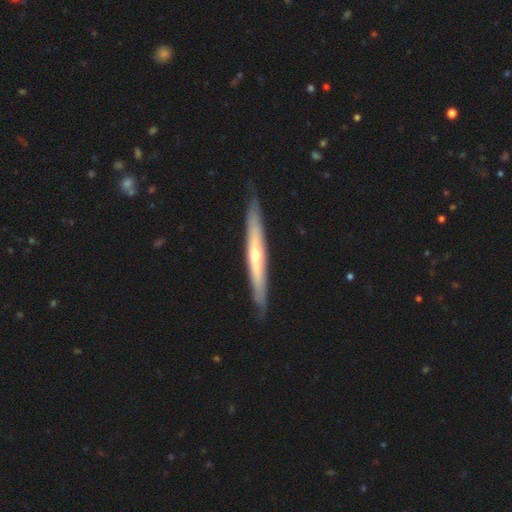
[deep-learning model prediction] The model was most divided on "edge-on bulge": rounded: 65%, none: 32%, boxy: 3%. More confident: edge-on disk — yes (92%); merging — none (88%); smooth or featured — featured or disk (70%).